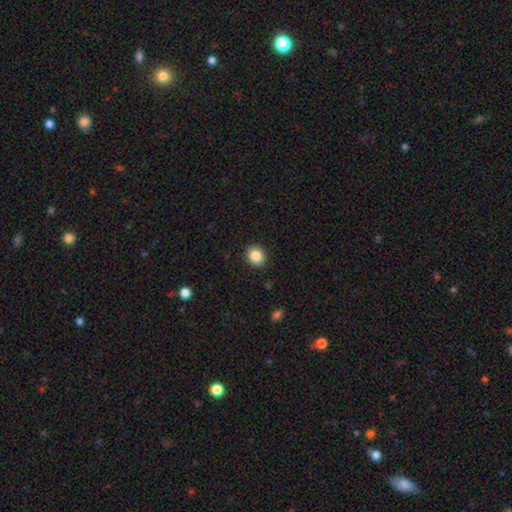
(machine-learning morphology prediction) smooth 86%, star or artifact 10%, featured or disk 5%. Down the decision tree: how rounded — round (82%); merging — none (91%).